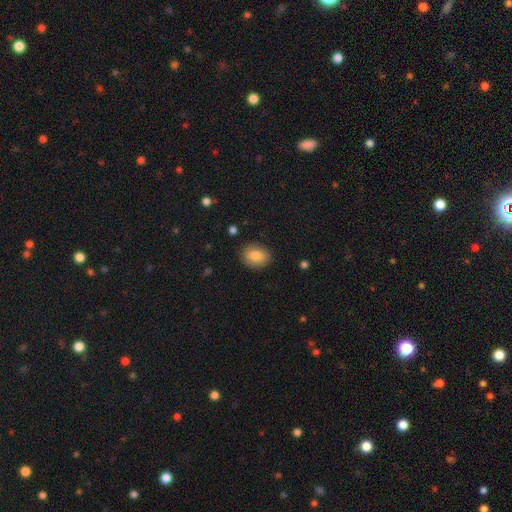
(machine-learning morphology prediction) smooth_or_featured: smooth (p=0.83) [alt: featured or disk p=0.09]
how_rounded: in between (p=0.62) [alt: round p=0.37]
merging: none (p=0.87) [alt: minor disturbance p=0.10]